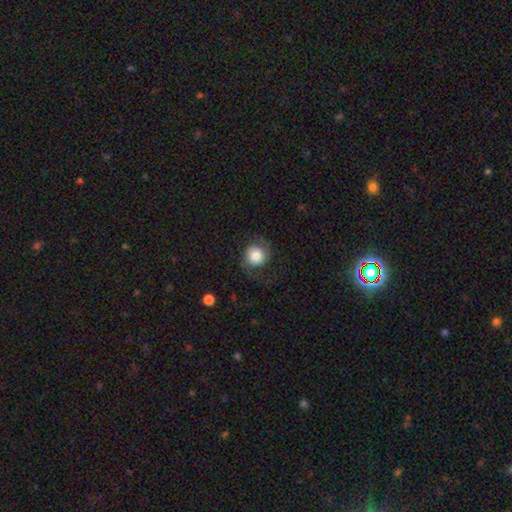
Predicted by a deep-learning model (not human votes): The model was most divided on "smooth or featured": smooth: 63%, featured or disk: 29%, star or artifact: 8%. More confident: how rounded — round (87%); merging — none (65%).